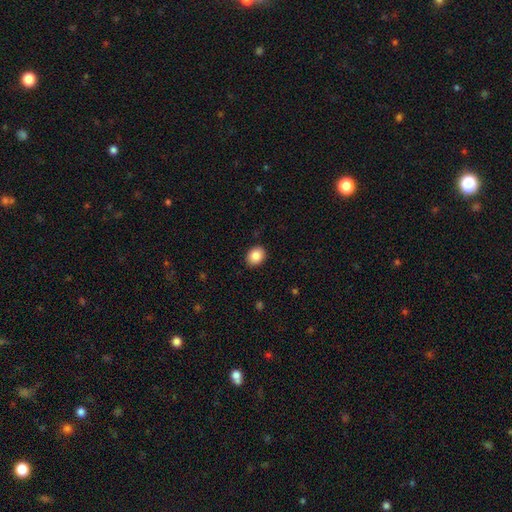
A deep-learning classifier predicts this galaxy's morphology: smooth 86%, star or artifact 8%, featured or disk 6%. Down the decision tree: how rounded — in between (55%); merging — none (90%).